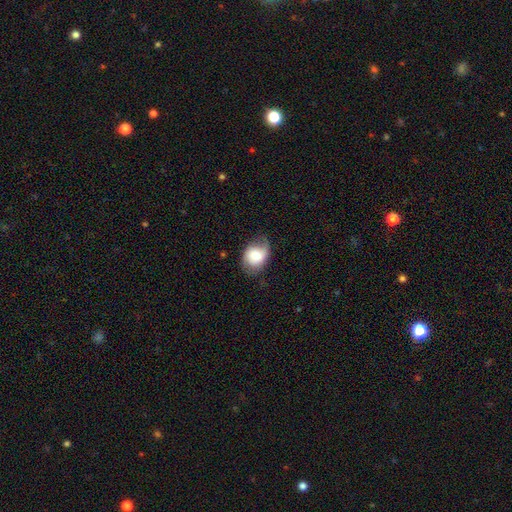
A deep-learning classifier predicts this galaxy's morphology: This appears to be a smooth galaxy with no disk features (68%) that is in between round and cigar-shaped (65%). Merging: none (54%).